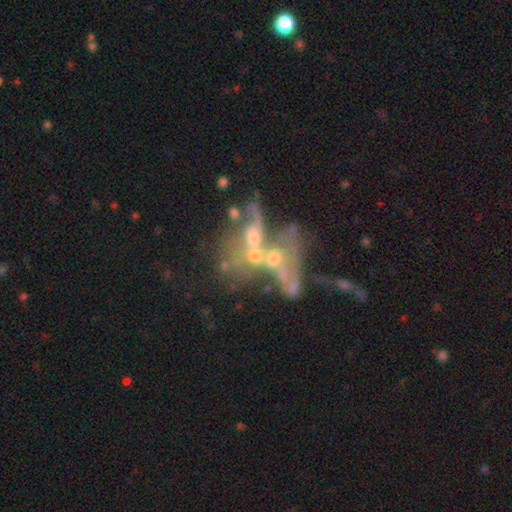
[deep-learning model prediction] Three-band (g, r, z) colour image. It shows a featured or disk galaxy (58%) with no bar (81%), no spiral arms (67%) and a moderate central bulge (39%). Merging: merger (69%).